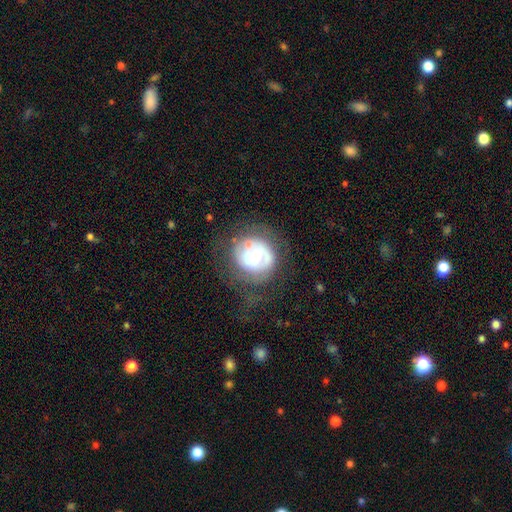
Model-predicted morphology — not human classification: A featured or disk galaxy (61%) with no bar (76%), no spiral arms (61%) and a moderate central bulge (65%).

Vote fractions:
- Smooth or featured? featured or disk: 61% / smooth: 32% / star or artifact: 7%
- Edge-on disk? no: 97% / yes: 3%
- Bar? no: 76% / weak: 18% / strong: 6%
- Spiral arms? no: 61% / yes: 39%
- Bulge size? moderate: 65% / small: 25% / large: 7% / dominant: 1% / none: 1%
- Merging? none: 60% / minor disturbance: 20% / major disturbance: 16% / merger: 4%